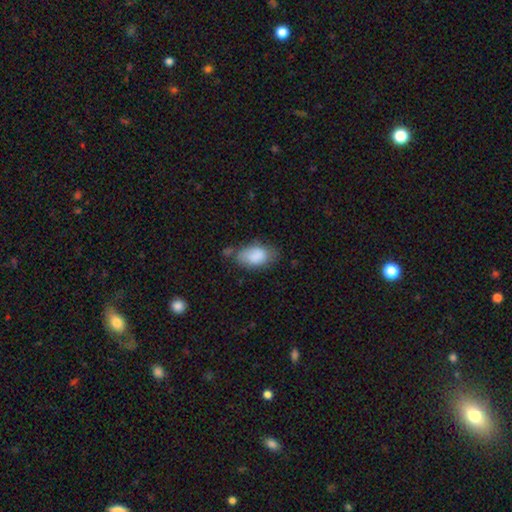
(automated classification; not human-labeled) smooth_or_featured: smooth (p=0.84) [alt: featured or disk p=0.09]
how_rounded: in between (p=0.93) [alt: round p=0.06]
merging: none (p=0.51) [alt: minor disturbance p=0.31]